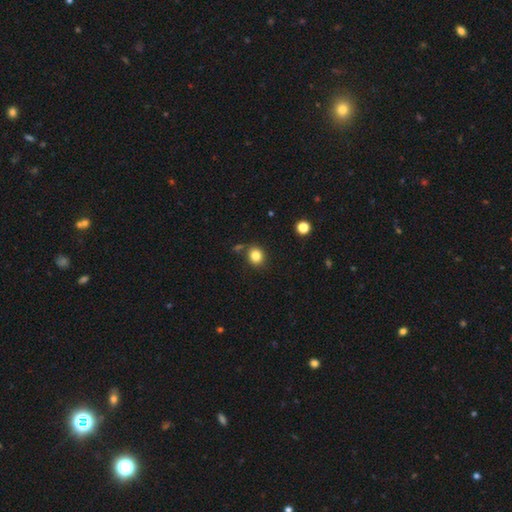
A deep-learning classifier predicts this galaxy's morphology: Overall: smooth (83%). How rounded: round (73%). Merging: none (79%).